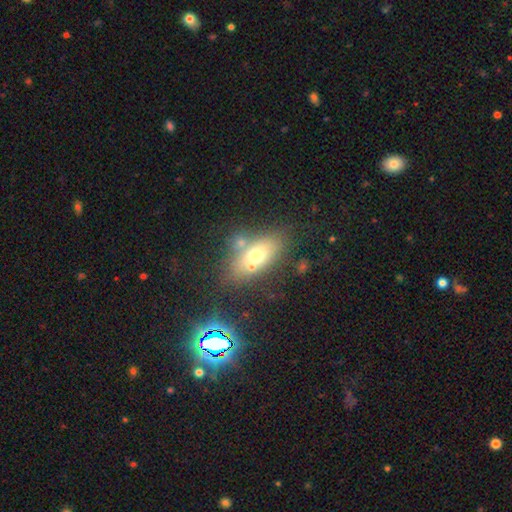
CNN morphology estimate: Smooth or featured?
  - smooth: 63% *
  - featured or disk: 24%
  - star or artifact: 13%
How rounded?
  - in between: 79% *
  - round: 13%
  - cigar-shaped: 9%
Merging?
  - none: 58% *
  - merger: 21%
  - minor disturbance: 15%
  - major disturbance: 7%